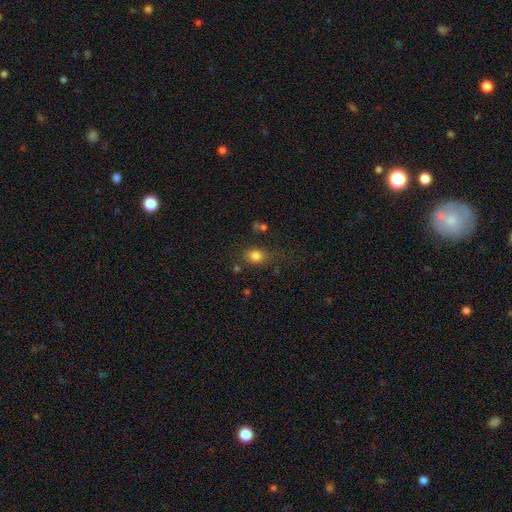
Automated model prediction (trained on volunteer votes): Q: Smooth or featured?
A: smooth (81%); runner-up: star or artifact (12%)
Q: How rounded?
A: round (50%); runner-up: in between (49%)
Q: Merging?
A: none (67%); runner-up: minor disturbance (19%)